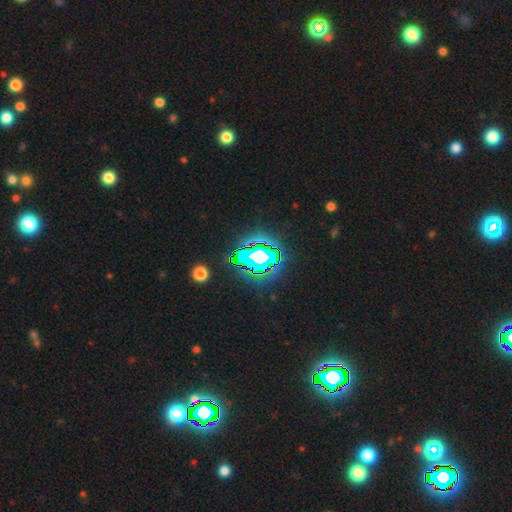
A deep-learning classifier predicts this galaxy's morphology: A star or artifact, not a galaxy (81%).

Vote fractions:
- Smooth or featured? star or artifact: 81% / smooth: 11% / featured or disk: 8%